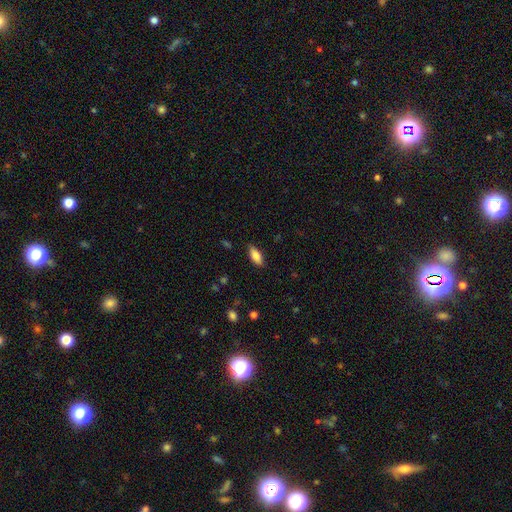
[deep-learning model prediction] This is clearly a smooth galaxy (81%). How rounded: likely in between (79%). Merging: clearly none (83%).